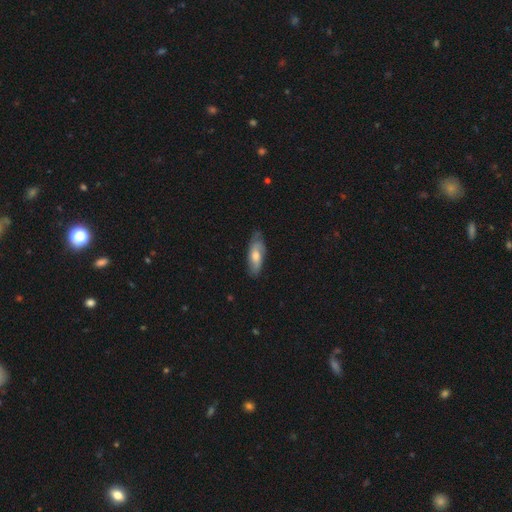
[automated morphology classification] Smooth or featured: smooth — 56% (featured or disk — 38%)
How rounded: in between — 67% (cigar-shaped — 30%)
Merging: none — 70% (minor disturbance — 24%)